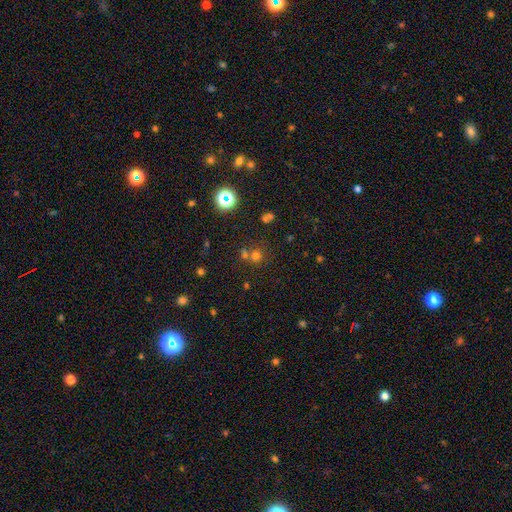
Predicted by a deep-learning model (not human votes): smooth-or-featured: smooth: 59% | star or artifact: 32% | featured or disk: 9%
  how-rounded: round: 90% | in between: 9% | cigar-shaped: 1%
  merging: none: 61% | merger: 29% | minor disturbance: 7% | major disturbance: 3%